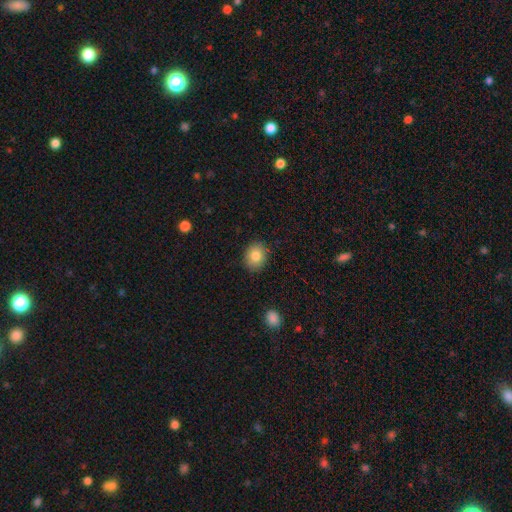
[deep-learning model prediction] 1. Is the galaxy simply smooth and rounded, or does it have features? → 82% smooth, 9% star or artifact, 9% featured or disk.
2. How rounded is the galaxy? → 57% round, 42% in between, 1% cigar-shaped.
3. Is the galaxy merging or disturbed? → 88% none, 9% minor disturbance, 2% major disturbance, 1% merger.